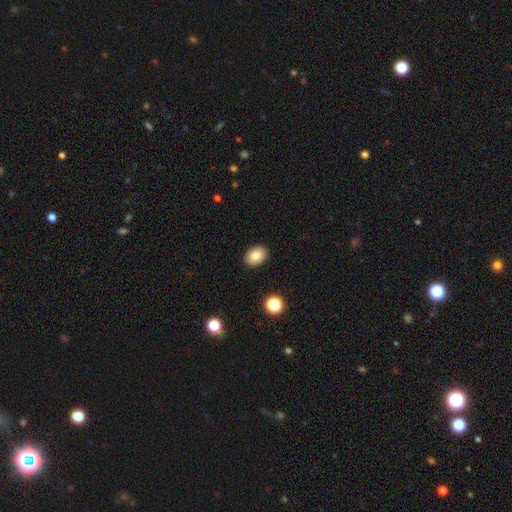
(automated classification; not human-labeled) Q: Smooth or featured?
A: smooth (84%); runner-up: star or artifact (9%)
Q: How rounded?
A: in between (76%); runner-up: round (23%)
Q: Merging?
A: none (90%); runner-up: minor disturbance (7%)